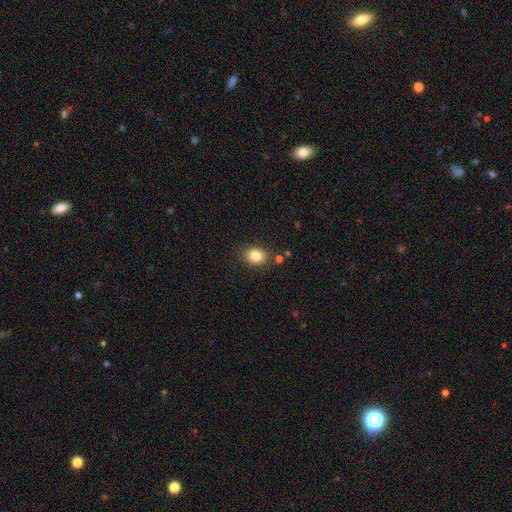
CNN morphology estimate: Q: Smooth or featured?
A: smooth (84%); runner-up: star or artifact (10%)
Q: How rounded?
A: in between (65%); runner-up: round (34%)
Q: Merging?
A: none (82%); runner-up: minor disturbance (11%)